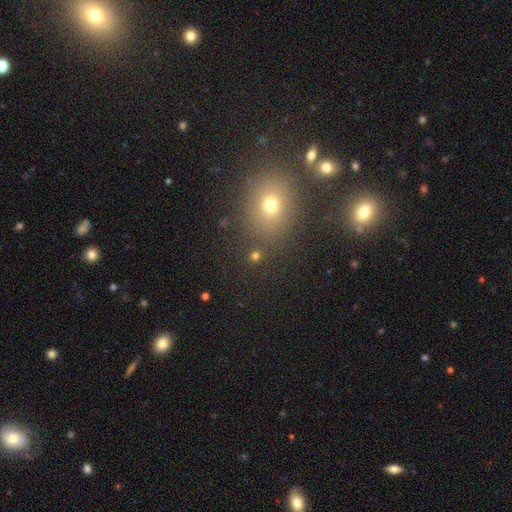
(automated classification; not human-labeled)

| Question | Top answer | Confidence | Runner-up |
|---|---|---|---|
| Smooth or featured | smooth | 55% | star or artifact (34%) |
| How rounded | round | 69% | in between (29%) |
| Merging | none | 80% | minor disturbance (9%) |